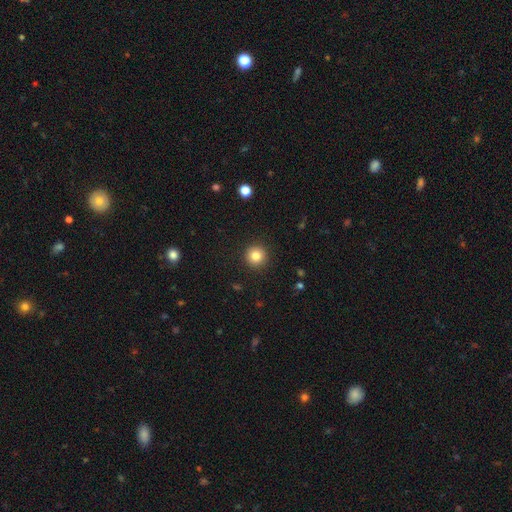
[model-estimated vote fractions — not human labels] smooth_or_featured: smooth (p=0.82) [alt: star or artifact p=0.11]
how_rounded: round (p=0.95) [alt: in between p=0.04]
merging: none (p=0.92) [alt: minor disturbance p=0.05]